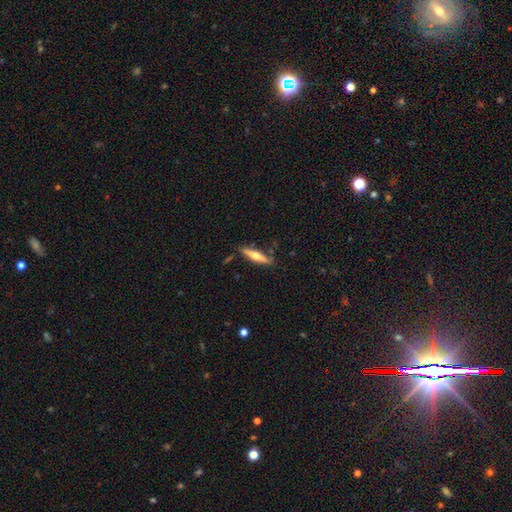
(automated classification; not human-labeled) Smooth or featured? Predicted: featured or disk (p=0.50). Edge-on disk? Predicted: yes (p=0.92). Merging? Predicted: none (p=0.81).